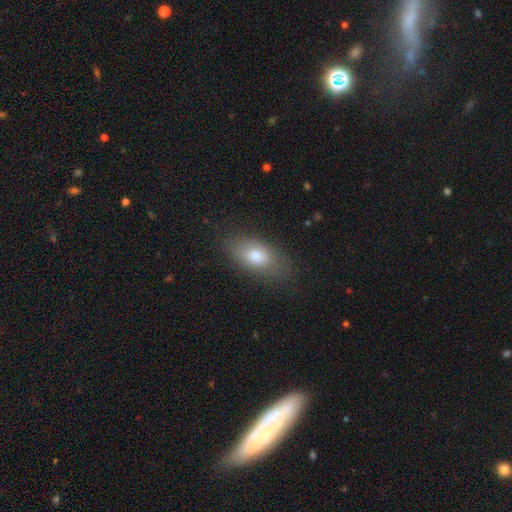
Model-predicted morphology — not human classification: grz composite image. It shows a smooth galaxy with no disk features (76%) that is in between round and cigar-shaped (88%). Merging: none (78%).